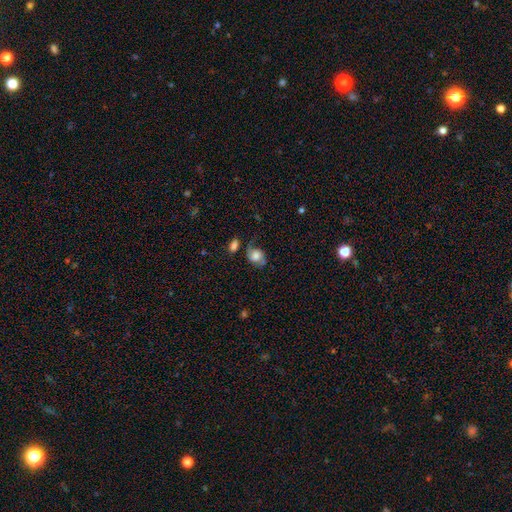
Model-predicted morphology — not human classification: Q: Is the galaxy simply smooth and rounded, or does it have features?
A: smooth — 55%.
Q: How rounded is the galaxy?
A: in between — 52%.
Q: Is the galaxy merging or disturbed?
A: none — 51%.